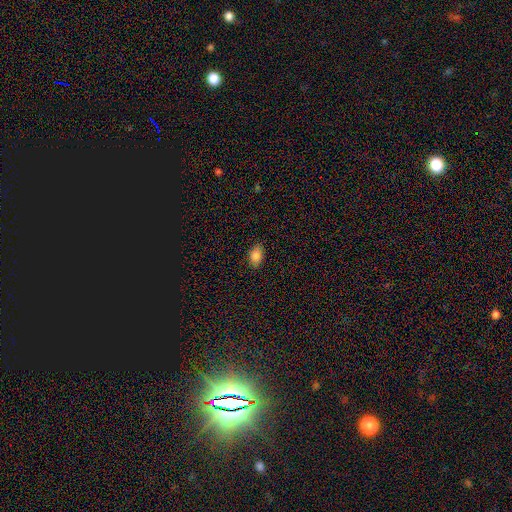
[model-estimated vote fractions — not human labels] Smooth or featured?
  - smooth: 85% *
  - star or artifact: 9%
  - featured or disk: 6%
How rounded?
  - in between: 89% *
  - round: 9%
  - cigar-shaped: 2%
Merging?
  - none: 84% *
  - minor disturbance: 13%
  - major disturbance: 3%
  - merger: 1%